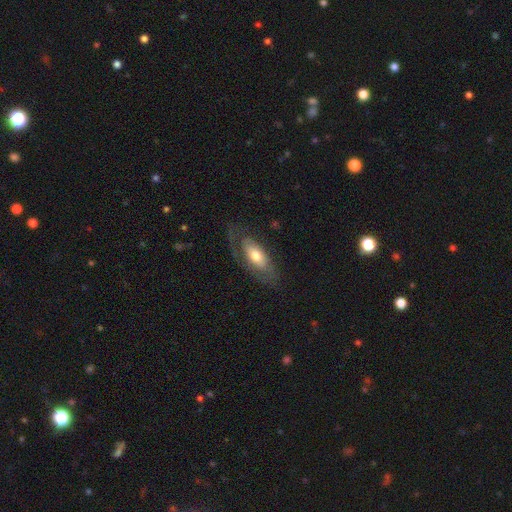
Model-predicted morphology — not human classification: type=featured or disk (51%); edge-on=no (82%); merging=none (58%).